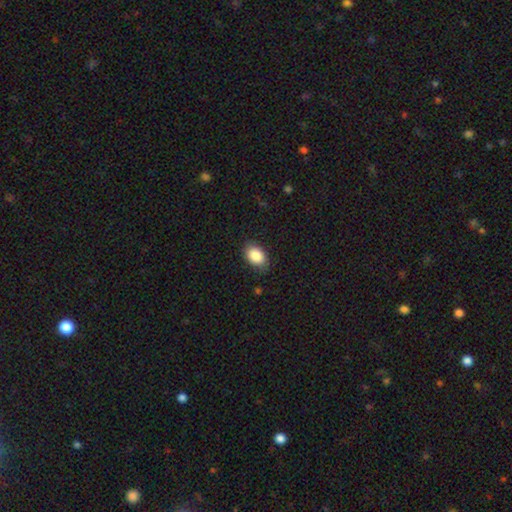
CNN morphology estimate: The model was most divided on "merging": none: 84%, minor disturbance: 12%, major disturbance: 3%, merger: 1%. More confident: smooth or featured — smooth (88%); how rounded — in between (86%).